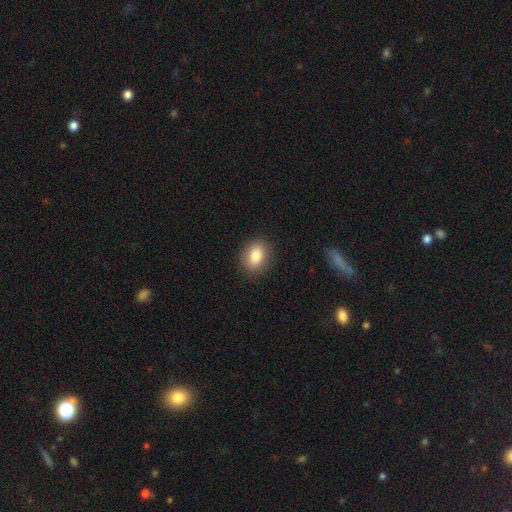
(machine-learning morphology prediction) smooth-or-featured: smooth: 84% | star or artifact: 8% | featured or disk: 8%
  how-rounded: in between: 56% | round: 43% | cigar-shaped: 1%
  merging: none: 88% | minor disturbance: 8% | major disturbance: 2% | merger: 1%